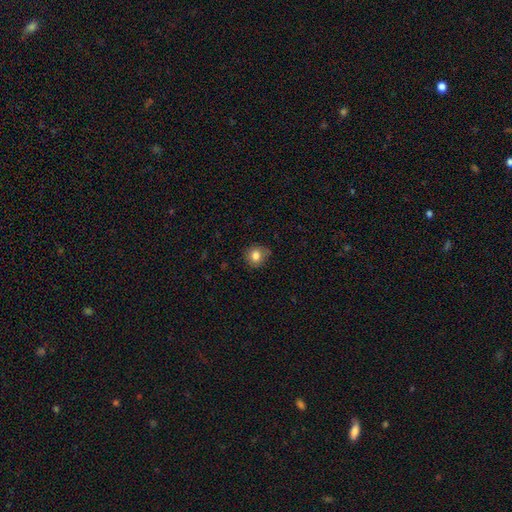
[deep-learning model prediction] smooth-or-featured: smooth: 81% | star or artifact: 10% | featured or disk: 9%
  how-rounded: round: 81% | in between: 18% | cigar-shaped: 1%
  merging: none: 76% | minor disturbance: 19% | major disturbance: 4% | merger: 1%